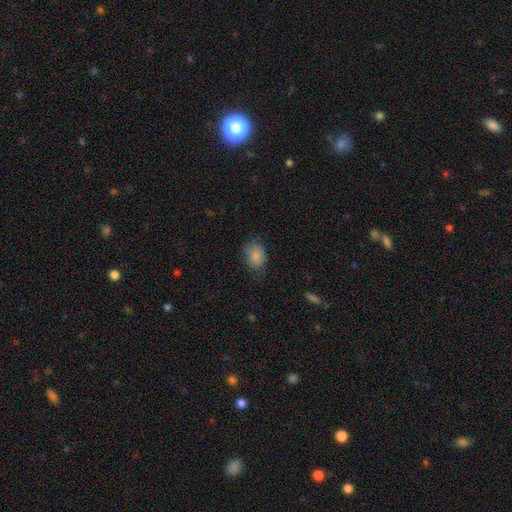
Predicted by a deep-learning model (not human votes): Smooth or featured? Predicted: smooth (p=0.86). How rounded? Predicted: in between (p=0.69). Merging? Predicted: none (p=0.73).